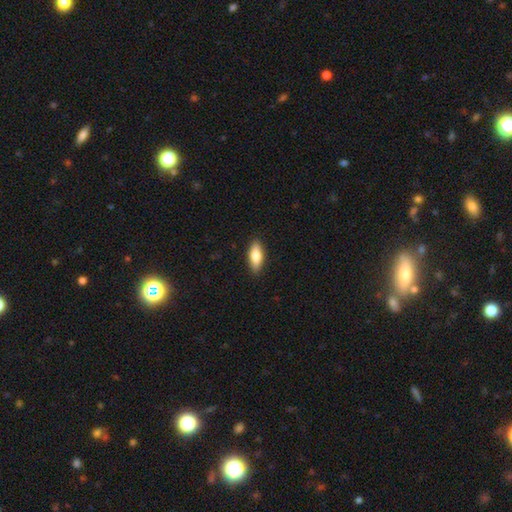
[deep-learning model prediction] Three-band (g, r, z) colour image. It shows a smooth galaxy with no disk features (80%) that is in between round and cigar-shaped (73%). Merging: none (89%).